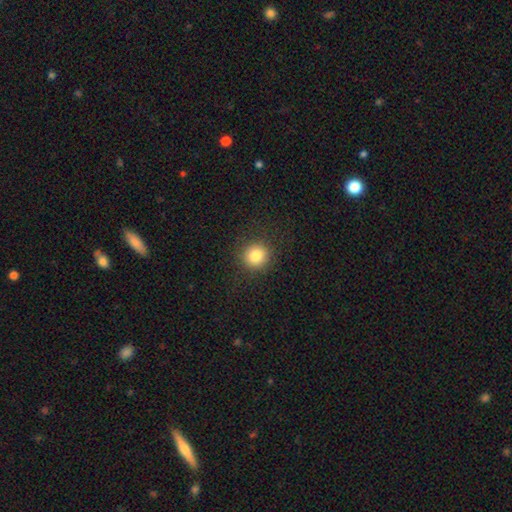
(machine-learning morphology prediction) Smooth or featured? Predicted: smooth (p=0.83). How rounded? Predicted: round (p=0.92). Merging? Predicted: none (p=0.90).